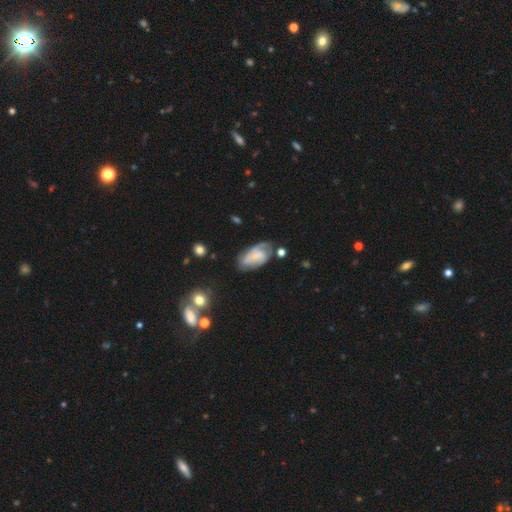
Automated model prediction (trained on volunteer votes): A featured or disk galaxy (60%) with no bar (61%), spiral arms (81%) and a small central bulge (64%).

Vote fractions:
- Smooth or featured? featured or disk: 60% / smooth: 33% / star or artifact: 7%
- Edge-on disk? no: 95% / yes: 5%
- Bar? no: 61% / weak: 31% / strong: 8%
- Spiral arms? yes: 81% / no: 19%
- Bulge size? small: 64% / moderate: 22% / none: 11% / large: 2% / dominant: 1%
- Merging? none: 52% / minor disturbance: 29% / major disturbance: 14% / merger: 6%